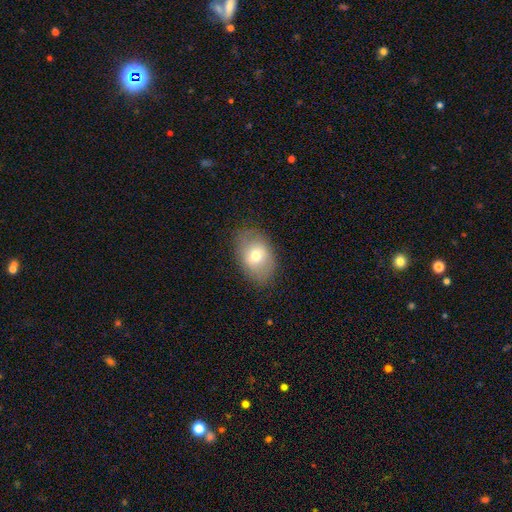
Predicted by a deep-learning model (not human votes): Smooth or featured? Predicted: smooth (p=0.68). How rounded? Predicted: in between (p=0.82). Merging? Predicted: none (p=0.81).